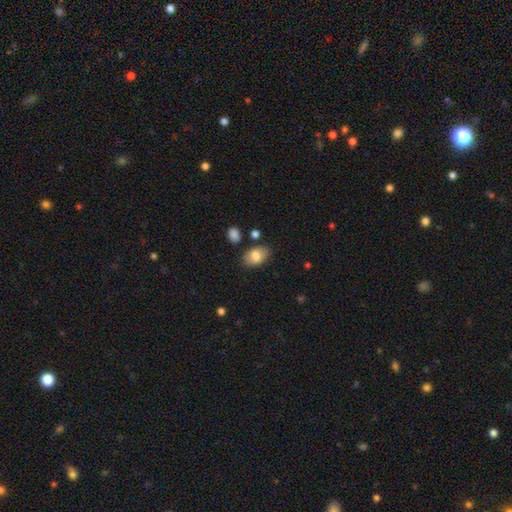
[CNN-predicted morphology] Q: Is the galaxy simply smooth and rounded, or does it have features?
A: smooth — 79%.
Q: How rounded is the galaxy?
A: in between — 89%.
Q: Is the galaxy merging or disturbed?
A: none — 79%.